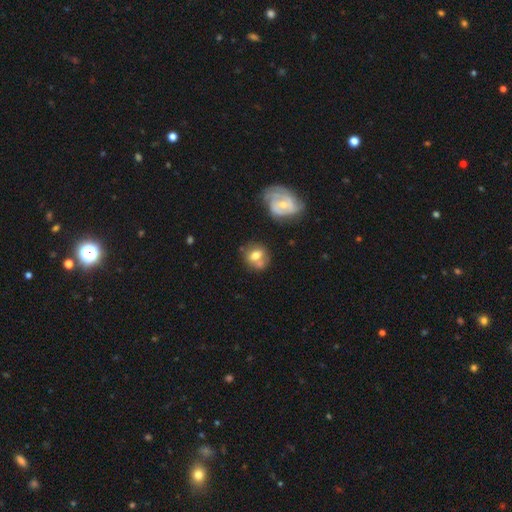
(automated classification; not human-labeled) Smooth or featured?
  - smooth: 59% *
  - featured or disk: 33%
  - star or artifact: 8%
How rounded?
  - round: 63% *
  - in between: 36%
  - cigar-shaped: 1%
Merging?
  - none: 44% *
  - merger: 32%
  - minor disturbance: 17%
  - major disturbance: 7%